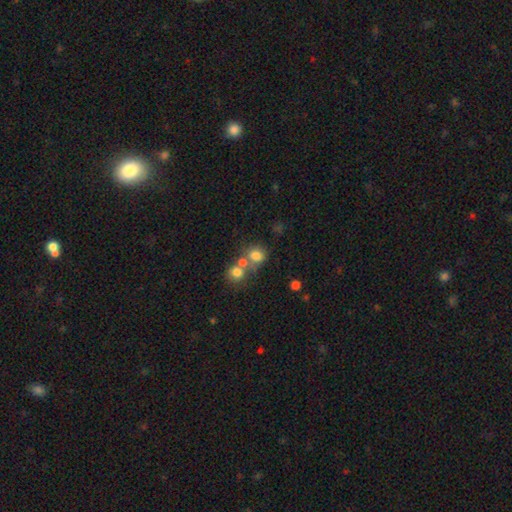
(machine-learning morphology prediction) This is likely a smooth galaxy (74%). How rounded: likely round (74%). Merging: marginally merger (43%, tied with none).